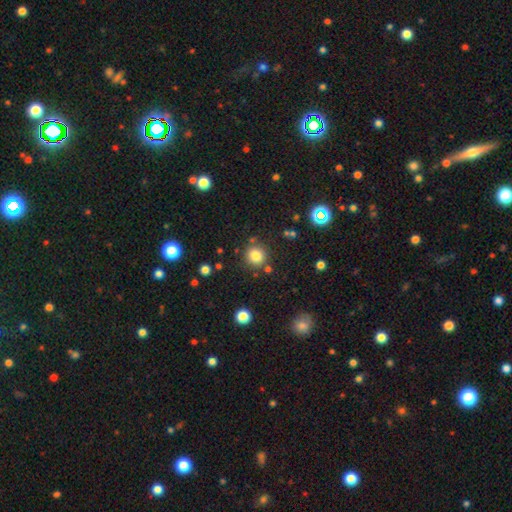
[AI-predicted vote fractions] A smooth galaxy with no disk features (81%) that is round (90%).

Vote fractions:
- Smooth or featured? smooth: 81% / star or artifact: 13% / featured or disk: 6%
- How rounded? round: 90% / in between: 9% / cigar-shaped: 1%
- Merging? none: 83% / minor disturbance: 9% / merger: 5% / major disturbance: 3%